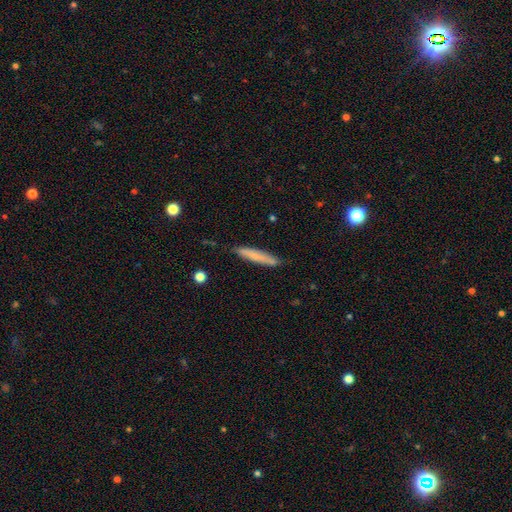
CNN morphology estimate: Smooth or featured? smooth (68%)
How rounded? cigar-shaped (93%)
Merging? none (83%)